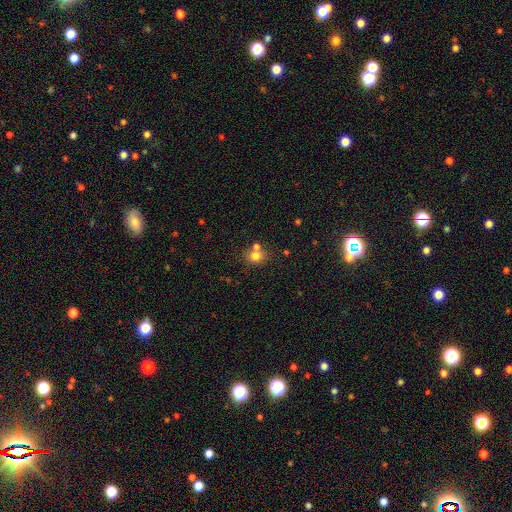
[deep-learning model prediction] This is likely a smooth galaxy (76%). How rounded: likely round (74%). Merging: possibly none (56%).